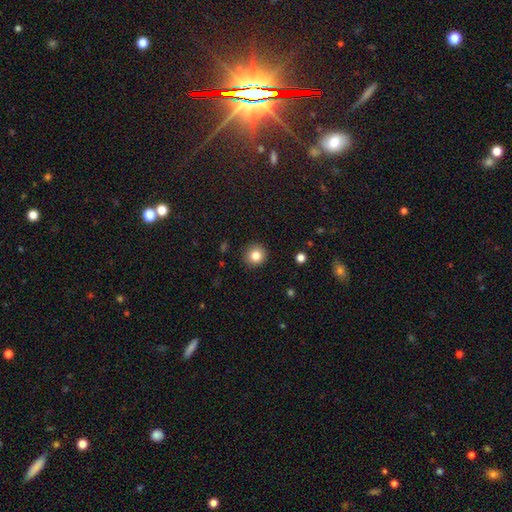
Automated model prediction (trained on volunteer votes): Smooth or featured?
  - smooth: 83% *
  - star or artifact: 11%
  - featured or disk: 7%
How rounded?
  - round: 93% *
  - in between: 6%
  - cigar-shaped: 1%
Merging?
  - none: 91% *
  - minor disturbance: 6%
  - major disturbance: 2%
  - merger: 1%